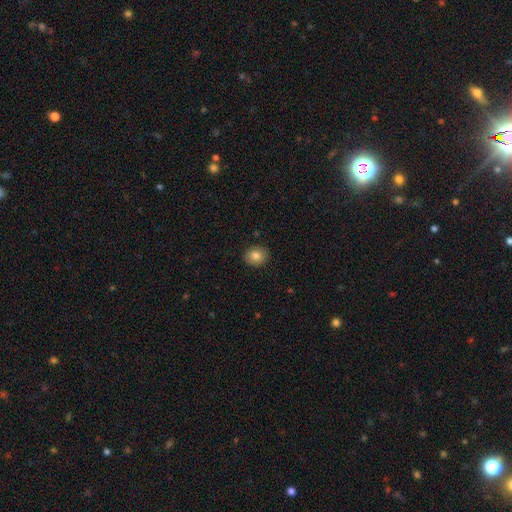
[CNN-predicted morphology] smooth-or-featured: smooth: 82% | star or artifact: 9% | featured or disk: 9%
  how-rounded: round: 70% | in between: 29% | cigar-shaped: 1%
  merging: none: 91% | minor disturbance: 6% | major disturbance: 2% | merger: 1%